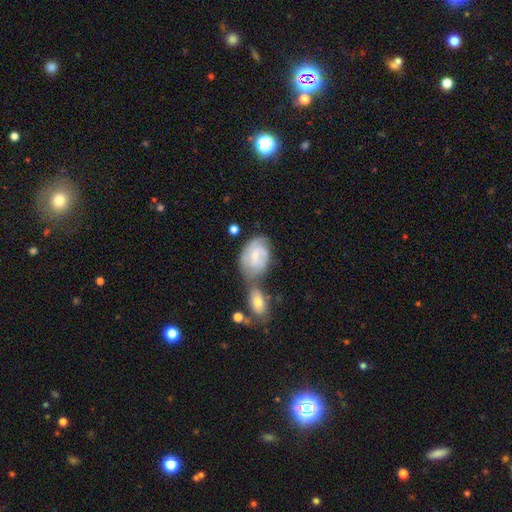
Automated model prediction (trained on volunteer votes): featured or disk 62%, smooth 31%, star or artifact 7%. Down the decision tree: edge-on disk — no (96%); bar — no (46%); spiral arms — yes (83%); bulge size — small (58%); merging — merger (37%).